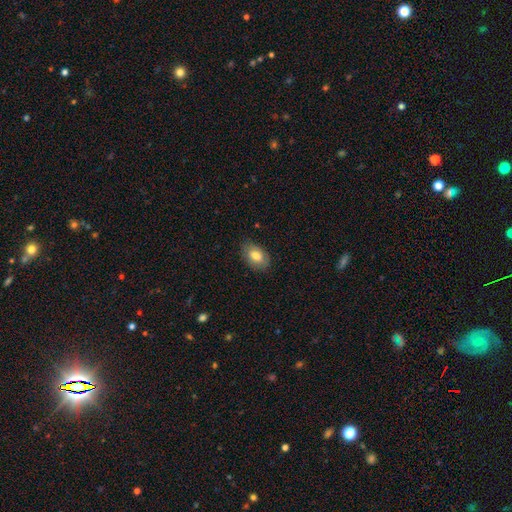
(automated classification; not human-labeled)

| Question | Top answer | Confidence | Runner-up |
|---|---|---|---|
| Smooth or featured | smooth | 78% | featured or disk (15%) |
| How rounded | in between | 91% | round (8%) |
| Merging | none | 81% | minor disturbance (15%) |